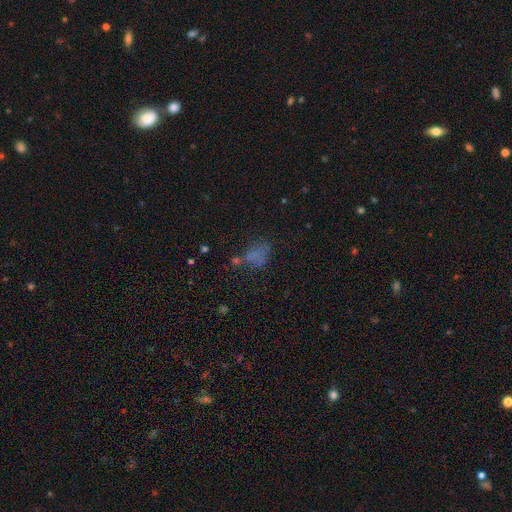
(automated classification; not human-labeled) Smooth or featured?
  - smooth: 52% *
  - star or artifact: 25%
  - featured or disk: 23%
How rounded?
  - in between: 72% *
  - round: 25%
  - cigar-shaped: 3%
Merging?
  - none: 40% *
  - major disturbance: 24%
  - minor disturbance: 20%
  - merger: 16%